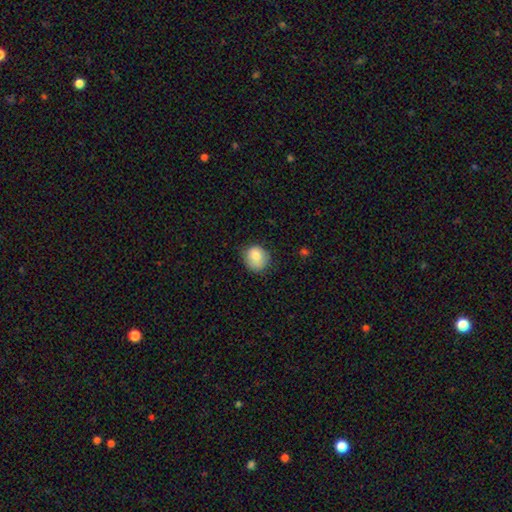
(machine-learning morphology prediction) smooth 80%, featured or disk 12%, star or artifact 8%. Down the decision tree: how rounded — round (81%); merging — none (72%).